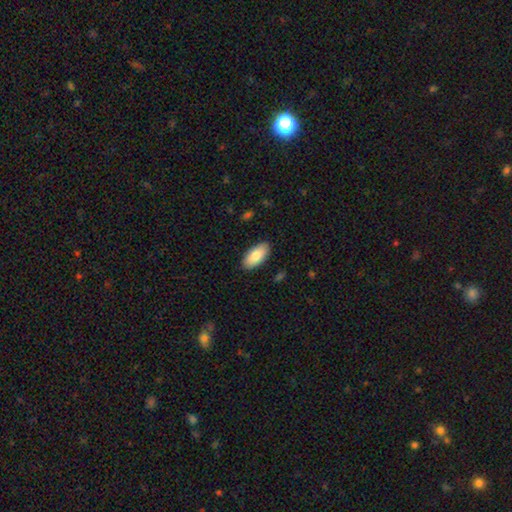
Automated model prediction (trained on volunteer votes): Q: Smooth or featured?
A: smooth (83%); runner-up: featured or disk (12%)
Q: How rounded?
A: in between (92%); runner-up: cigar-shaped (6%)
Q: Merging?
A: none (89%); runner-up: minor disturbance (8%)